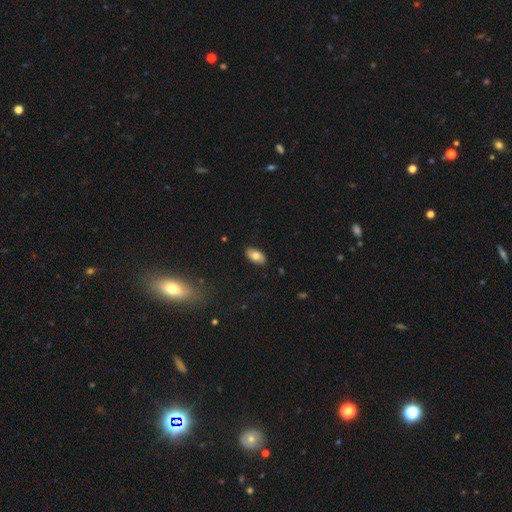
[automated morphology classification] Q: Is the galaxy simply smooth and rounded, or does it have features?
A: smooth — 77%.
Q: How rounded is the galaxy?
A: in between — 94%.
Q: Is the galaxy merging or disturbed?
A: none — 87%.